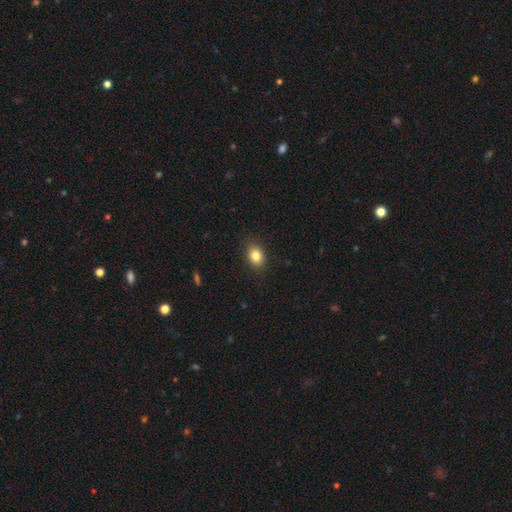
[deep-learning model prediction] Smooth or featured?
  - smooth: 84% *
  - star or artifact: 10%
  - featured or disk: 7%
How rounded?
  - in between: 66% *
  - round: 32%
  - cigar-shaped: 1%
Merging?
  - none: 88% *
  - minor disturbance: 9%
  - major disturbance: 2%
  - merger: 1%